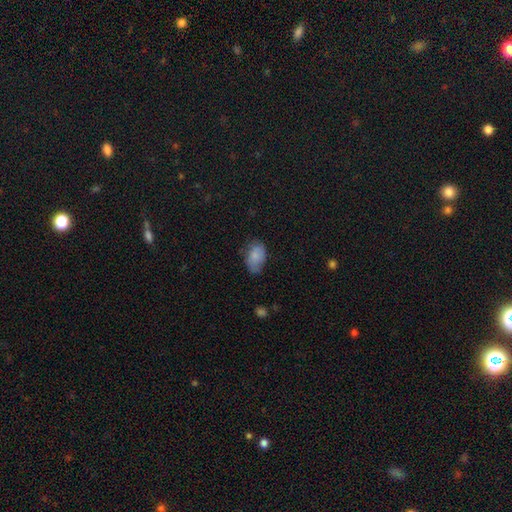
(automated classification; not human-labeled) smooth 79%, featured or disk 14%, star or artifact 7%. Down the decision tree: how rounded — in between (90%); merging — none (58%).